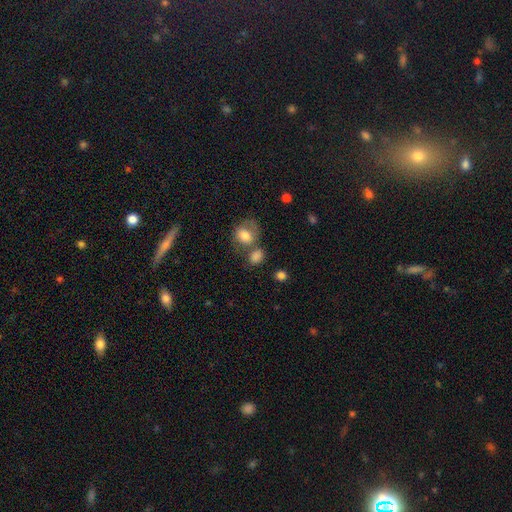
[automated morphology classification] Q: Smooth or featured?
A: smooth (74%); runner-up: featured or disk (14%)
Q: How rounded?
A: in between (49%); tied with: round (49%)
Q: Merging?
A: none (45%); runner-up: merger (33%)